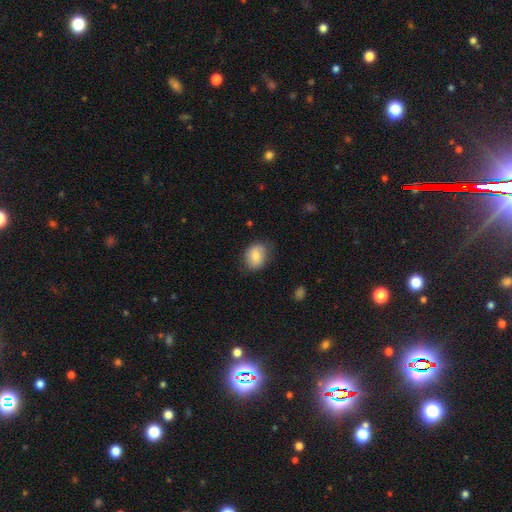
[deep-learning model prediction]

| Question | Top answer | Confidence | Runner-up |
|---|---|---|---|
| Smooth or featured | smooth | 80% | featured or disk (12%) |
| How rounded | in between | 58% | round (41%) |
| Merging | none | 75% | minor disturbance (19%) |